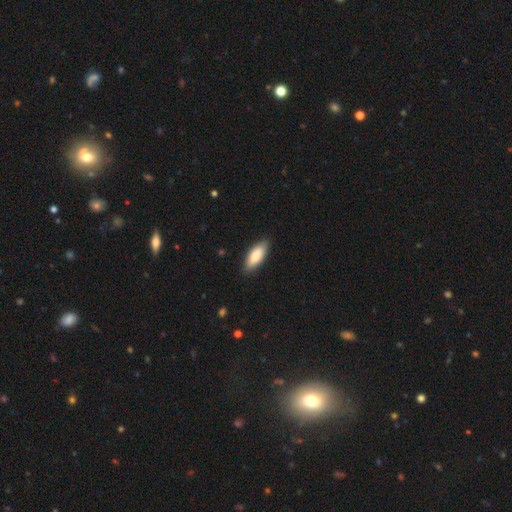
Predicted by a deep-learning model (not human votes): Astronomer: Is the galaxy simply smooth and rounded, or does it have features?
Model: smooth — 83%.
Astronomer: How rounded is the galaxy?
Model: in between — 73%.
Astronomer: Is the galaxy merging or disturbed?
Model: none — 86%.